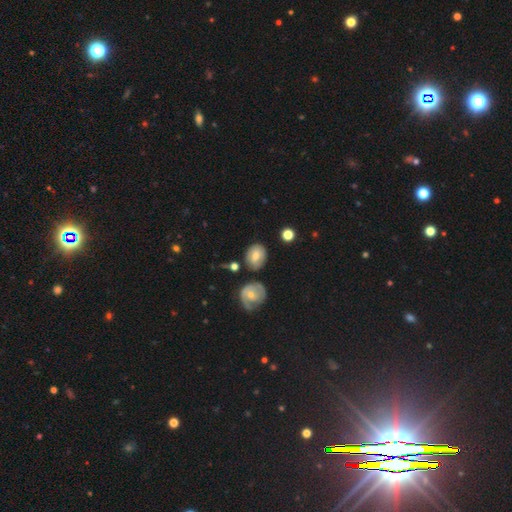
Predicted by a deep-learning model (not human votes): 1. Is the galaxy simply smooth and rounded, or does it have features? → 66% smooth, 26% featured or disk, 8% star or artifact.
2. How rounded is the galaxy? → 52% in between, 46% round, 1% cigar-shaped.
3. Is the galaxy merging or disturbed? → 70% none, 17% minor disturbance, 8% merger, 5% major disturbance.